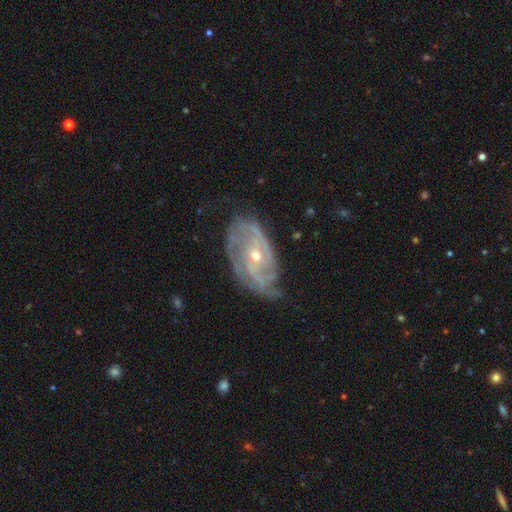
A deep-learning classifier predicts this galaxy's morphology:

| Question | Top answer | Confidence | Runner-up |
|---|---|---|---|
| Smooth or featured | featured or disk | 86% | smooth (8%) |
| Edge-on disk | no | 95% | yes (5%) |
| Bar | no | 66% | weak (26%) |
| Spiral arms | yes | 93% | no (7%) |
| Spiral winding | tight | 49% | medium (38%) |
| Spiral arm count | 2 | 42% | can't tell (26%) |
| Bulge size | small | 58% | moderate (39%) |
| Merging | none | 64% | minor disturbance (25%) |